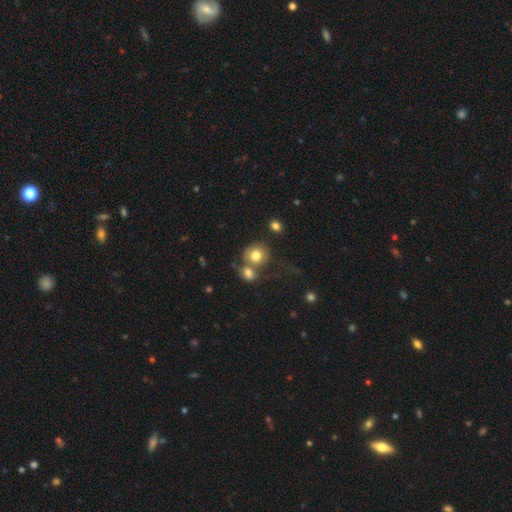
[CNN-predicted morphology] smooth_or_featured: smooth (p=0.77) [alt: featured or disk p=0.14]
how_rounded: round (p=0.78) [alt: in between p=0.21]
merging: merger (p=0.44) [alt: none p=0.39]